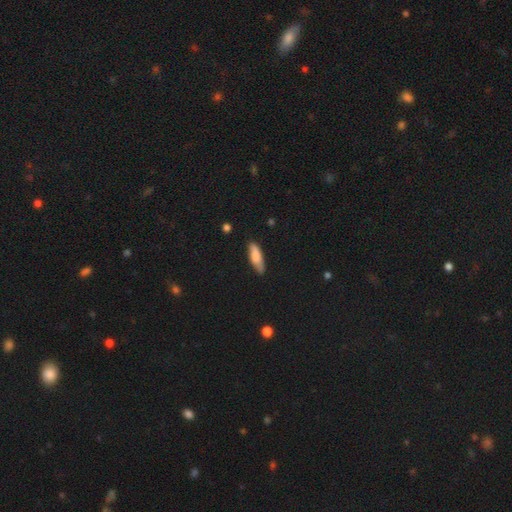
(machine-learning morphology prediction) smooth-or-featured: smooth: 77% | featured or disk: 17% | star or artifact: 6%
  how-rounded: cigar-shaped: 54% | in between: 44% | round: 2%
  merging: none: 79% | minor disturbance: 17% | major disturbance: 3% | merger: 2%